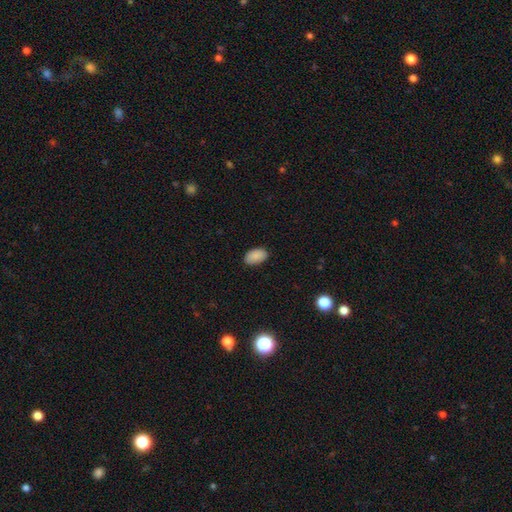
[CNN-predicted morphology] Smooth or featured: smooth — 89% (star or artifact — 8%)
How rounded: in between — 93% (round — 6%)
Merging: none — 86% (minor disturbance — 11%)